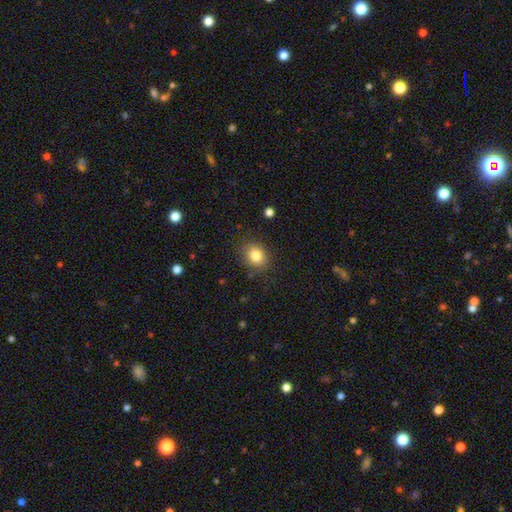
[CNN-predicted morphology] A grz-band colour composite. It shows a smooth galaxy with no disk features (82%) that is round (66%). Merging: none (86%).